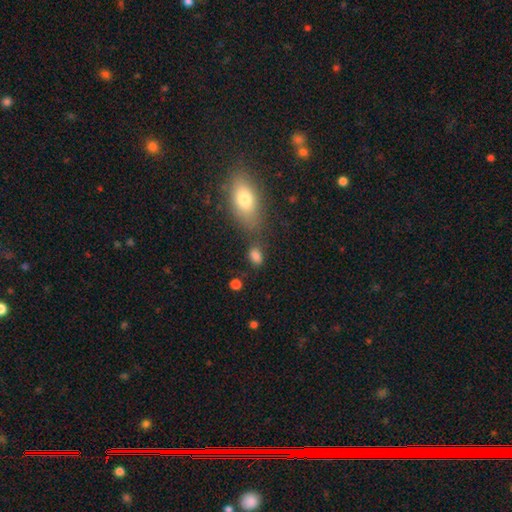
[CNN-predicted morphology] Q: Smooth or featured?
A: smooth (82%); runner-up: star or artifact (11%)
Q: How rounded?
A: in between (84%); runner-up: round (13%)
Q: Merging?
A: none (62%); runner-up: minor disturbance (18%)